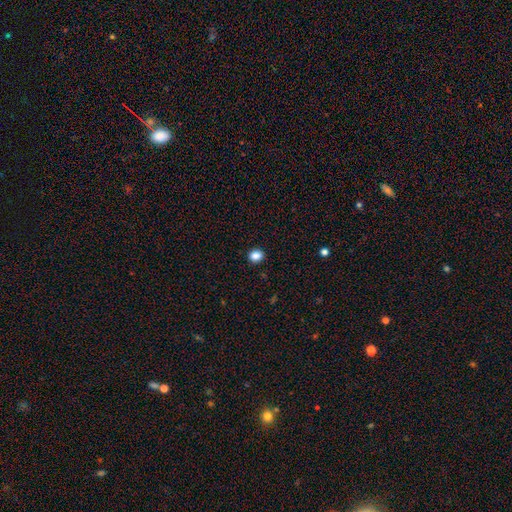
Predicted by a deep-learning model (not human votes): Smooth or featured: smooth — 86% (star or artifact — 10%)
How rounded: round — 63% (in between — 36%)
Merging: none — 91% (minor disturbance — 6%)